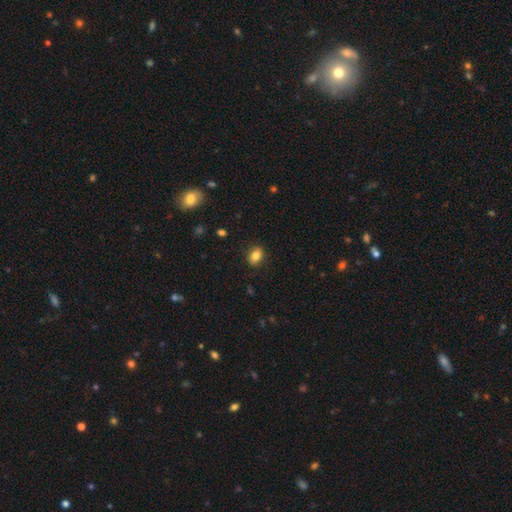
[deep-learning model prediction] Overall: smooth (83%). How rounded: in between (68%; round 31%). Merging: none (86%).